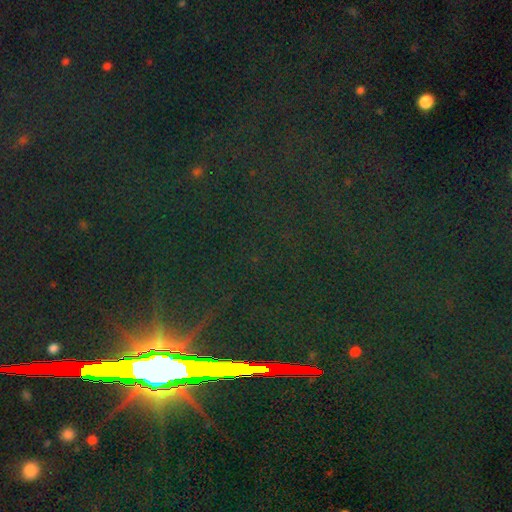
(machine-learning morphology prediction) The model was most divided on "smooth or featured": star or artifact: 82%, featured or disk: 10%, smooth: 9%.